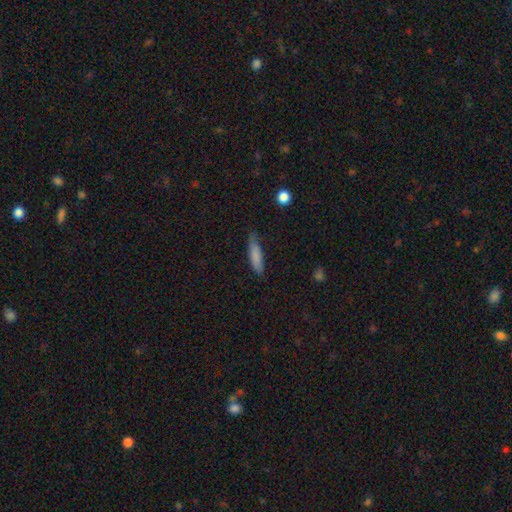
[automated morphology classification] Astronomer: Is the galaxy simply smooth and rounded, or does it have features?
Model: smooth — 81%.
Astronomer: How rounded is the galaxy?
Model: cigar-shaped — 74%.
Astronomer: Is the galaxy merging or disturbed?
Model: none — 69%.